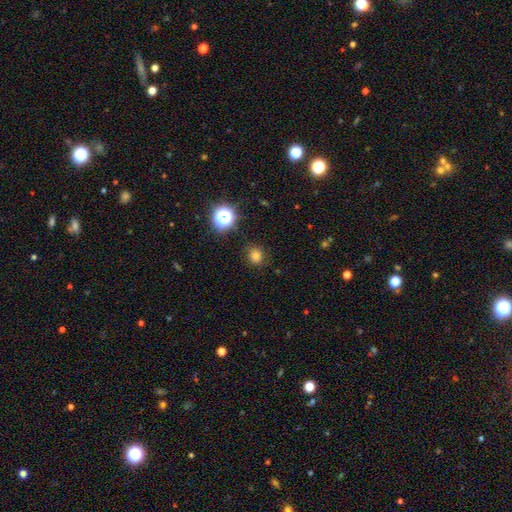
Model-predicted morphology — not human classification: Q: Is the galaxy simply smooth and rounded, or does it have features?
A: smooth — 74%.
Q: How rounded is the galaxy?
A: round — 82%.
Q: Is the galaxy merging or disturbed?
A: none — 85%.